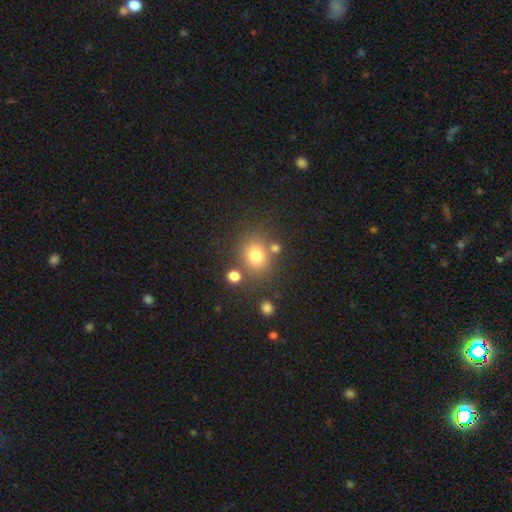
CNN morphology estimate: type=smooth (75%); roundness=round (74%); merging=none (72%).